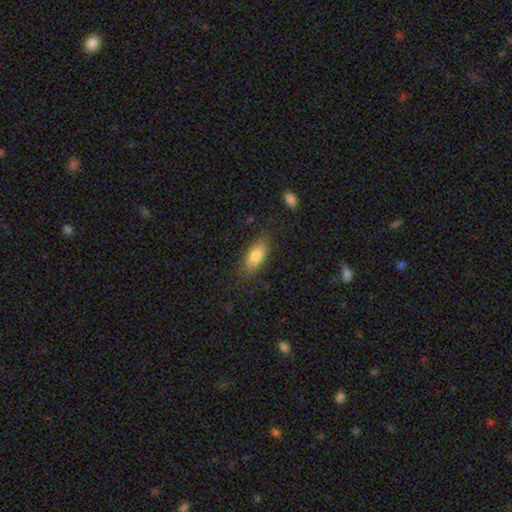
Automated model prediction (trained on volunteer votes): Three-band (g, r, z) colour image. It shows a smooth galaxy with no disk features (80%) that is in between round and cigar-shaped (83%). Merging: none (80%).